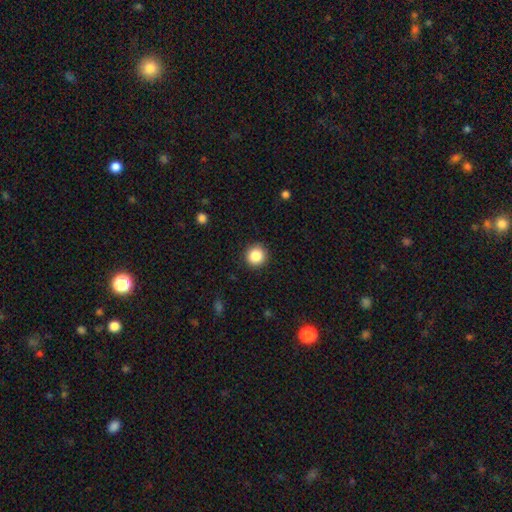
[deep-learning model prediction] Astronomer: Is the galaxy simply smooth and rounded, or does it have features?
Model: smooth — 87%.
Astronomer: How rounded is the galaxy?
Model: round — 94%.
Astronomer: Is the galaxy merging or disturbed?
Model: none — 91%.